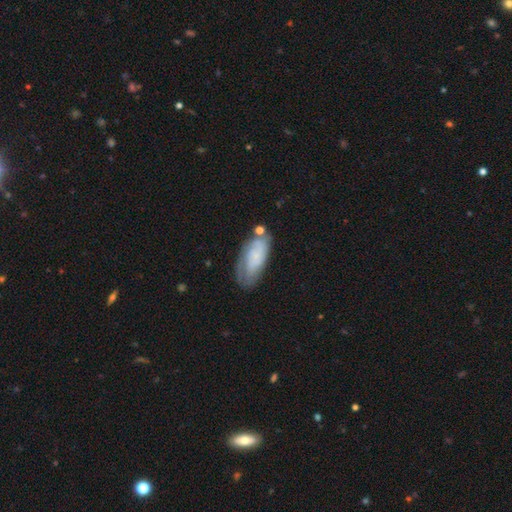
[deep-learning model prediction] Smooth or featured? smooth (50%)
How rounded? in between (83%)
Merging? none (53%)